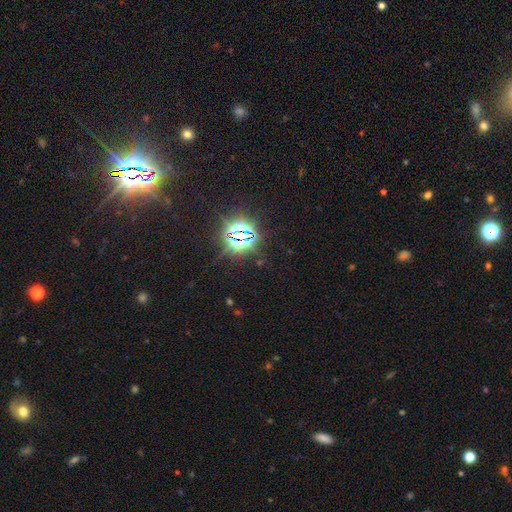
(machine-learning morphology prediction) smooth_or_featured: star or artifact (p=0.82) [alt: smooth p=0.10]